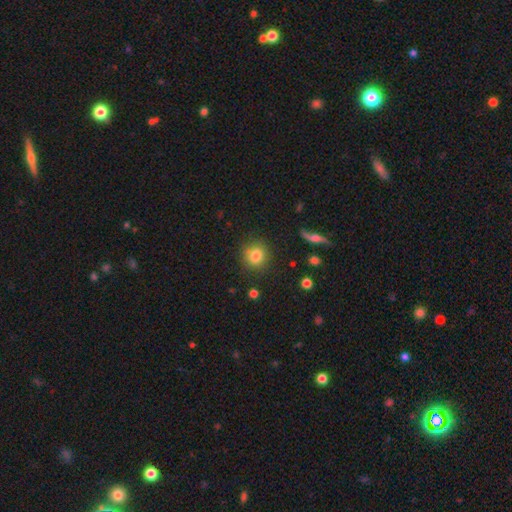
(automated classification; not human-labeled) The model was most divided on "smooth or featured": smooth: 79%, star or artifact: 12%, featured or disk: 9%. More confident: how rounded — round (87%); merging — none (80%).